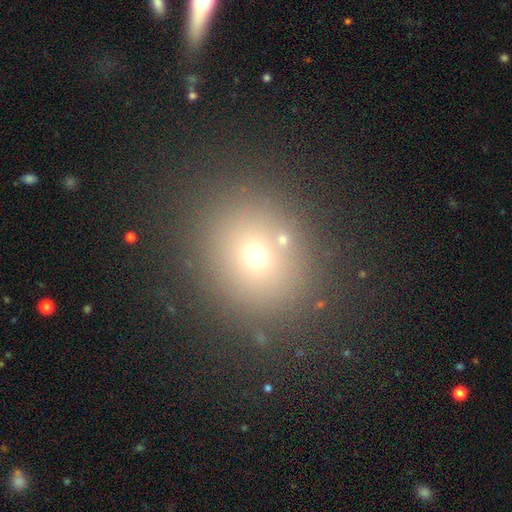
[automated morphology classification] Smooth or featured?
  - smooth: 65% *
  - star or artifact: 24%
  - featured or disk: 12%
How rounded?
  - round: 75% *
  - in between: 24%
  - cigar-shaped: 1%
Merging?
  - none: 82% *
  - minor disturbance: 8%
  - merger: 6%
  - major disturbance: 4%